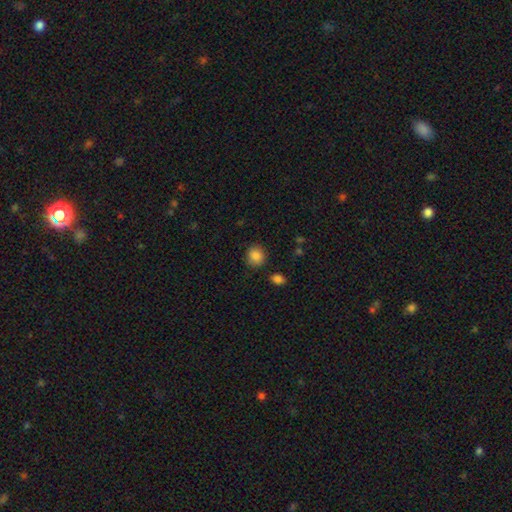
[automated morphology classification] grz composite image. It shows a smooth galaxy with no disk features (87%) that is round (85%). Merging: none (86%).